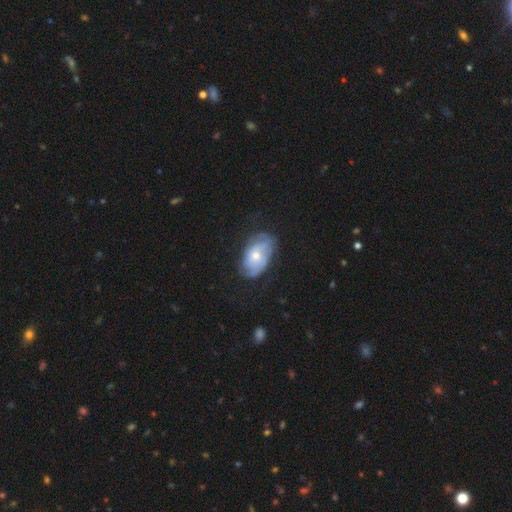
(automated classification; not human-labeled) Morphology: type=featured or disk (60%); edge-on=no (94%); bar=no (82%); spiral arms=yes (72%); bulge=moderate (52%); merging=none (62%).